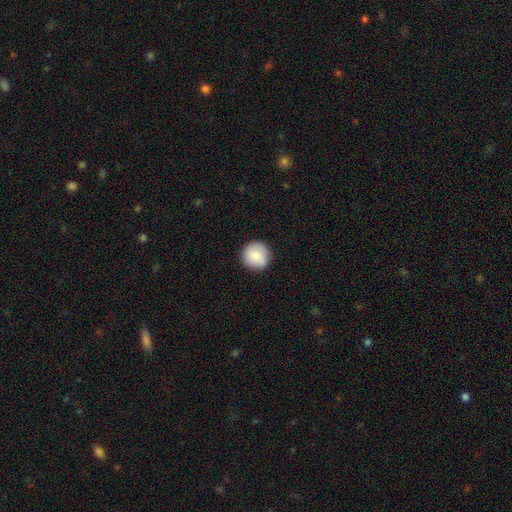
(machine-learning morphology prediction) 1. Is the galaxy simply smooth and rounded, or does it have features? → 85% smooth, 8% featured or disk, 6% star or artifact.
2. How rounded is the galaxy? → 94% round, 5% in between, 1% cigar-shaped.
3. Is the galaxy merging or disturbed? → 87% none, 10% minor disturbance, 2% major disturbance, 1% merger.